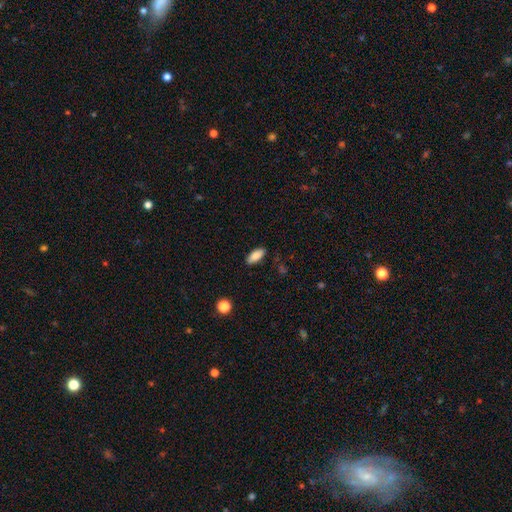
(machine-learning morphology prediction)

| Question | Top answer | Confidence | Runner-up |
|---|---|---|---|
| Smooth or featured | smooth | 85% | featured or disk (8%) |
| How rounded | in between | 85% | cigar-shaped (13%) |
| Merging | none | 88% | minor disturbance (9%) |